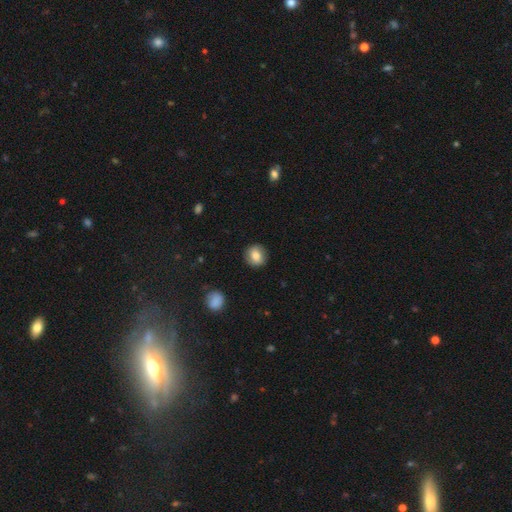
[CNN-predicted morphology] A smooth galaxy with no disk features (76%) that is round (85%).

Vote fractions:
- Smooth or featured? smooth: 76% / featured or disk: 15% / star or artifact: 9%
- How rounded? round: 85% / in between: 14% / cigar-shaped: 1%
- Merging? none: 88% / minor disturbance: 9% / major disturbance: 2% / merger: 1%